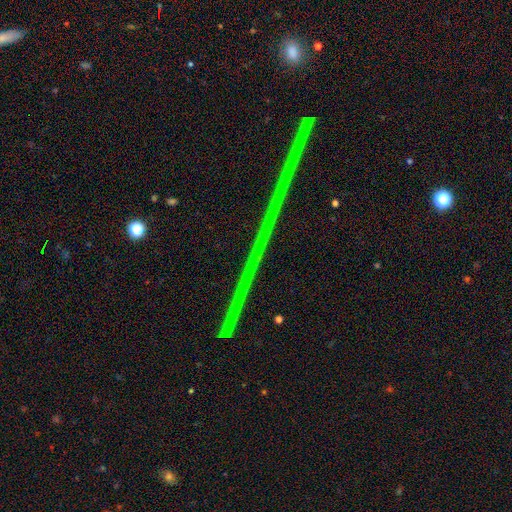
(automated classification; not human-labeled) Smooth or featured? Predicted: star or artifact (p=0.78).